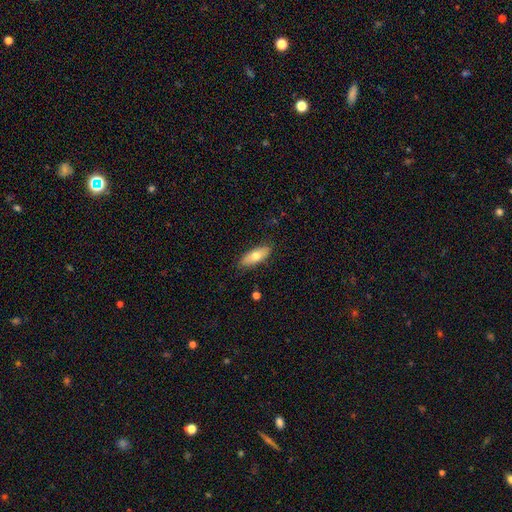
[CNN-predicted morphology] smooth_or_featured: smooth (p=0.71) [alt: featured or disk p=0.23]
how_rounded: in between (p=0.75) [alt: cigar-shaped p=0.22]
merging: none (p=0.84) [alt: minor disturbance p=0.13]